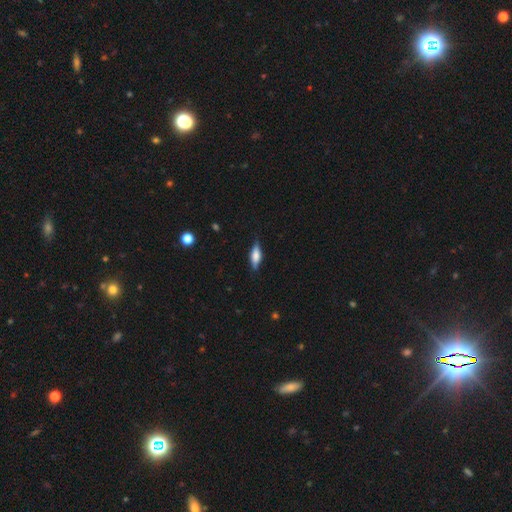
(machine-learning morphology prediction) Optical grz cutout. It shows a smooth galaxy with no disk features (56%) that is in between round and cigar-shaped (57%). Merging: none (81%).